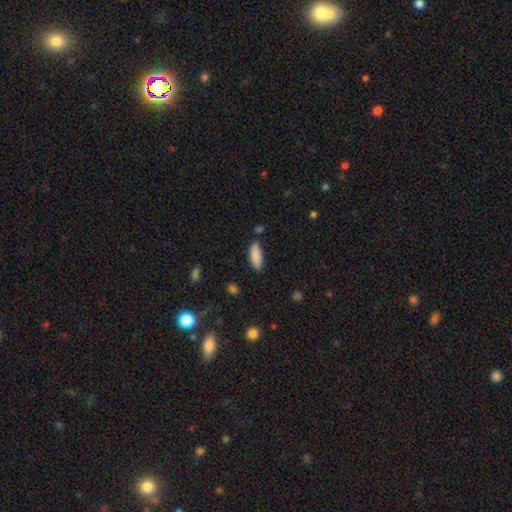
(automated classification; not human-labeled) Smooth or featured? smooth (88%)
How rounded? in between (67%)
Merging? none (82%)